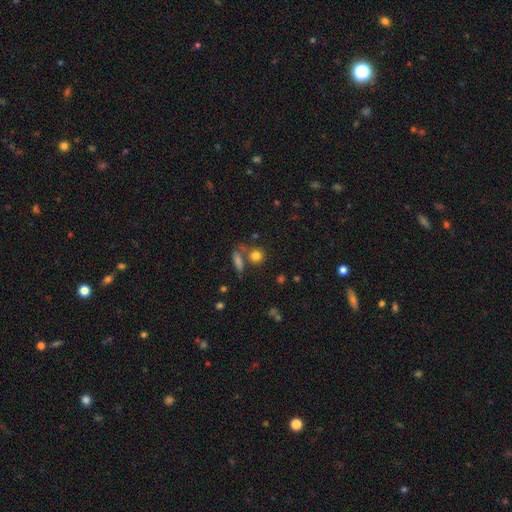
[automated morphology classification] smooth_or_featured: smooth (p=0.80) [alt: star or artifact p=0.12]
how_rounded: round (p=0.81) [alt: in between p=0.16]
merging: none (p=0.64) [alt: merger p=0.21]